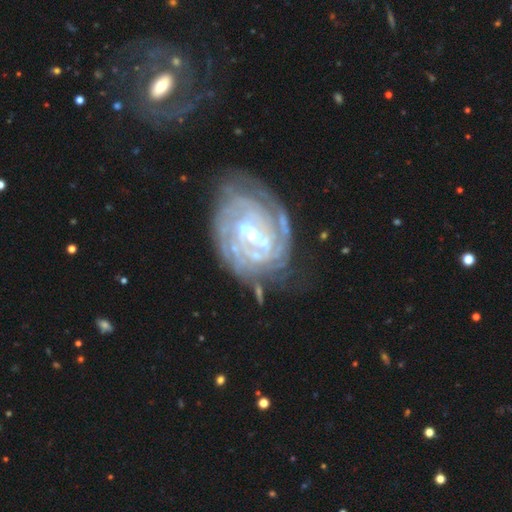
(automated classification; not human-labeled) Smooth or featured: featured or disk — 86% (smooth — 7%)
Edge-on disk: no — 97% (yes — 3%)
Bar: strong — 50% (weak — 39%)
Spiral arms: yes — 93% (no — 7%)
Spiral winding: tight — 73% (medium — 21%)
Spiral arm count: can't tell — 38% (2 — 21%)
Bulge size: small — 44% (tied with moderate — 44%)
Merging: none — 64% (minor disturbance — 20%)